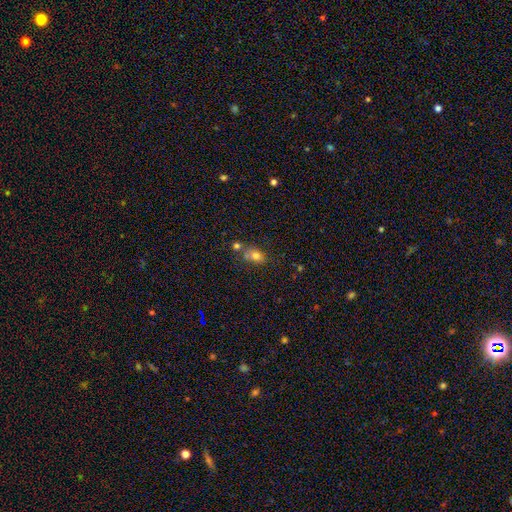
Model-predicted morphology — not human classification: Smooth or featured? Predicted: smooth (p=0.75). How rounded? Predicted: in between (p=0.64). Merging? Predicted: none (p=0.48).